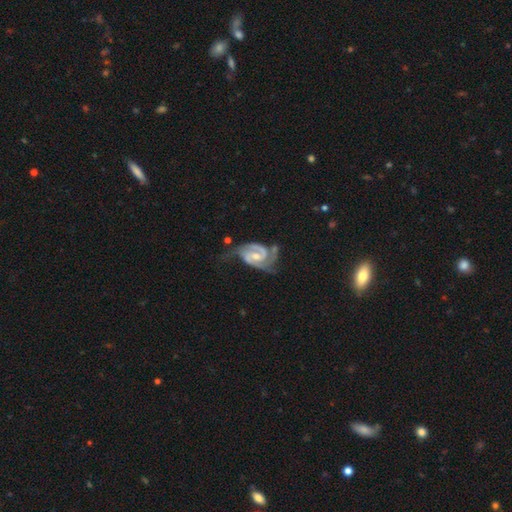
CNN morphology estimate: smooth-or-featured: featured or disk: 91% | smooth: 5% | star or artifact: 4%
  disk-edge-on: no: 98% | yes: 2%
    bar: weak: 50% | no: 33% | strong: 17%
    has-spiral-arms: yes: 98% | no: 2%
      spiral-winding: medium: 46% | tight: 42% | loose: 12%
      spiral-arm-count: 2: 84% | 3: 6% | can't tell: 4% | 1: 3% | 4: 1% | more than 4: 1%
    bulge-size: moderate: 54% | small: 38% | none: 3% | large: 3% | dominant: 1%
  merging: none: 45% | minor disturbance: 27% | major disturbance: 22% | merger: 6%